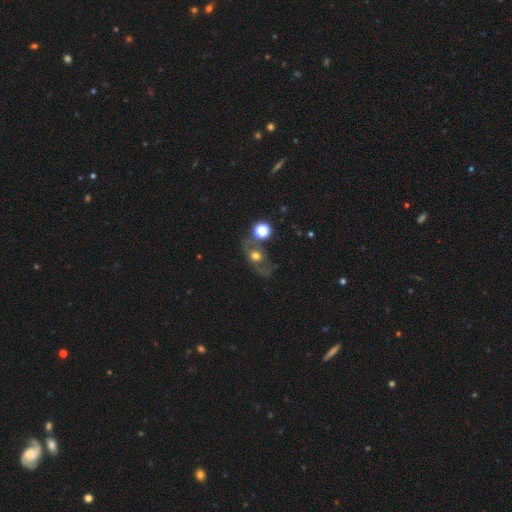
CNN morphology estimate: Smooth or featured? featured or disk (43%)
Merging? none (60%)